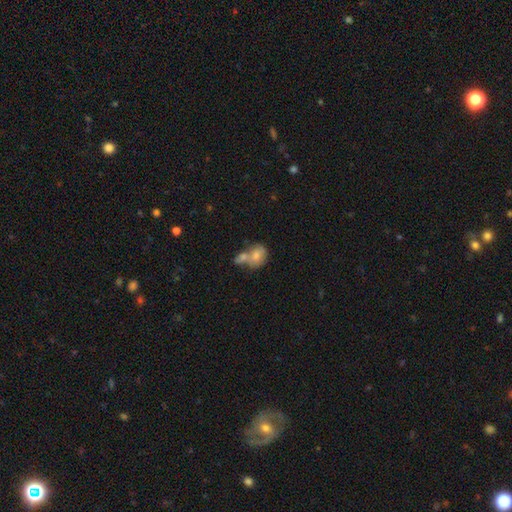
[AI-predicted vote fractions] smooth 73%, featured or disk 19%, star or artifact 8%. Down the decision tree: how rounded — in between (57%); merging — merger (60%).